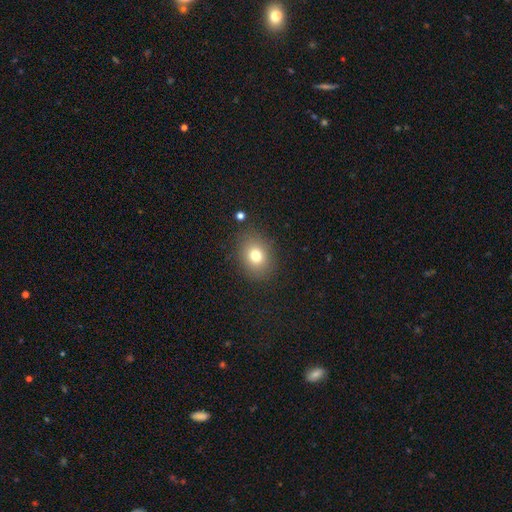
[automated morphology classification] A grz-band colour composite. It shows a smooth galaxy with no disk features (77%) that is round (52%). Merging: none (85%).